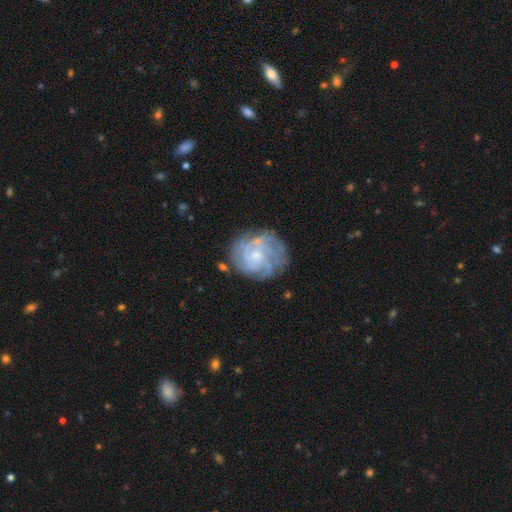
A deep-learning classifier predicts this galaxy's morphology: The model was most divided on "spiral arm count": can't tell: 35%, 4: 26%, 3: 13%, more than 4: 12%, 2: 8%, 1: 6%. More confident: edge-on disk — no (98%); spiral arms — yes (93%); smooth or featured — featured or disk (79%); bar — no (75%); merging — none (75%); spiral winding — tight (67%); bulge size — small (58%).